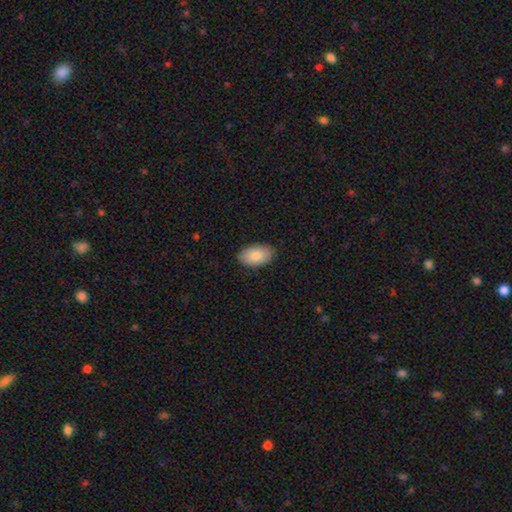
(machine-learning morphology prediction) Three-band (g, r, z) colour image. It shows a smooth galaxy with no disk features (85%) that is in between round and cigar-shaped (95%). Merging: none (88%).